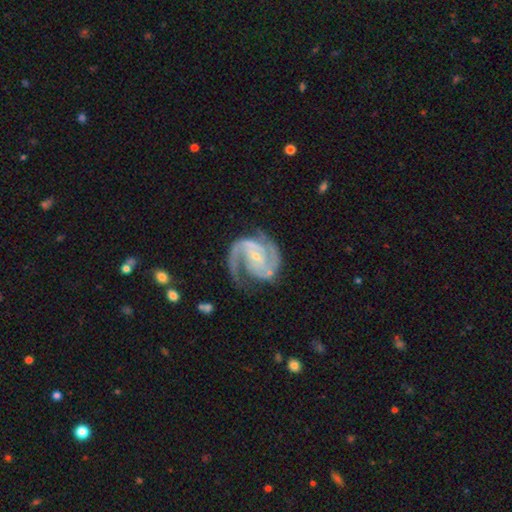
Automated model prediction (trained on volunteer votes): Smooth or featured? Predicted: featured or disk (p=0.92). Edge-on disk? Predicted: no (p=0.98). Bar? Predicted: no (p=0.45). Spiral arms? Predicted: yes (p=0.98). Spiral winding? Predicted: medium (p=0.52). Spiral arm count? Predicted: 2 (p=0.82). Bulge size? Predicted: small (p=0.74). Merging? Predicted: none (p=0.66).